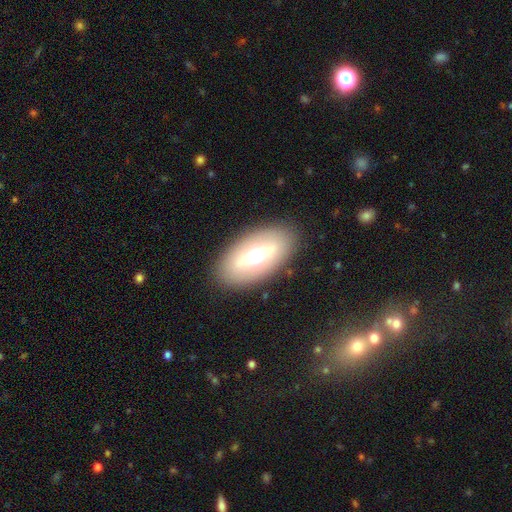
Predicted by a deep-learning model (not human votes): smooth-or-featured: smooth: 53% | featured or disk: 38% | star or artifact: 9%
  how-rounded: in between: 90% | round: 7% | cigar-shaped: 3%
  merging: none: 84% | minor disturbance: 10% | major disturbance: 5% | merger: 1%